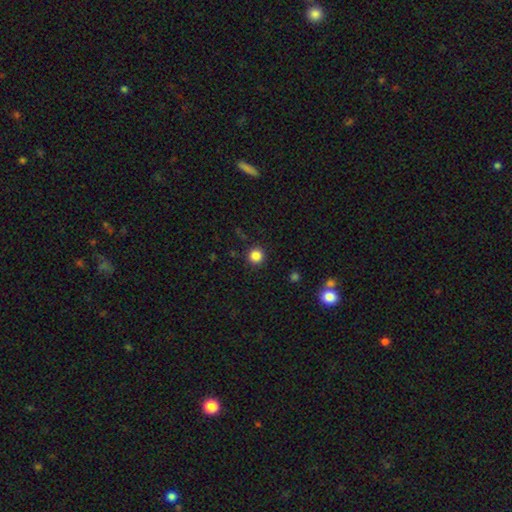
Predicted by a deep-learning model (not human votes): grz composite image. It shows a smooth galaxy with no disk features (85%) that is round (95%). Merging: none (92%).